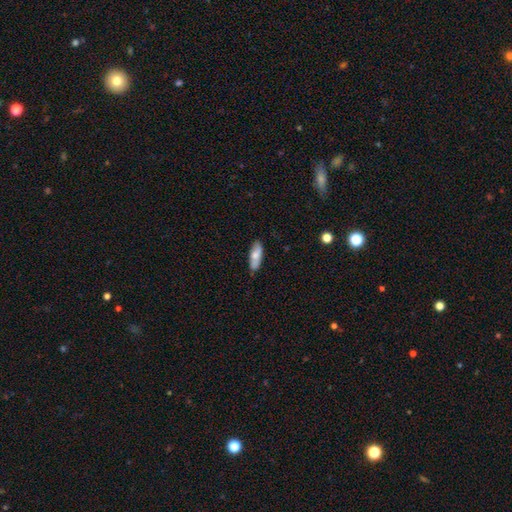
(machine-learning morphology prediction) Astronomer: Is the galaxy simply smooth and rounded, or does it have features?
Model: smooth — 70%.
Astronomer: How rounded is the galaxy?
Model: in between — 63%.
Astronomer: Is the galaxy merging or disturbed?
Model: none — 83%.